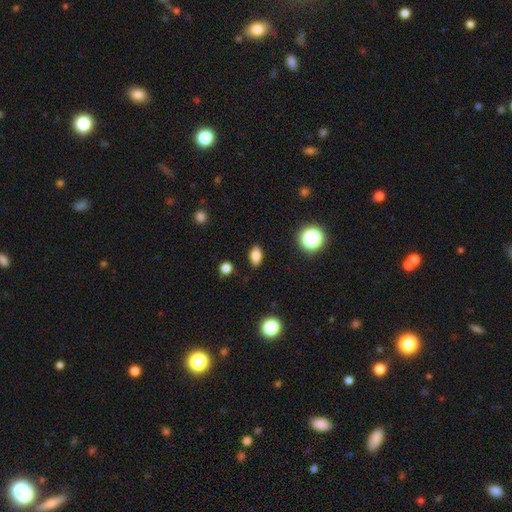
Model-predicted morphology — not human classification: The model was most divided on "smooth or featured": smooth: 80%, star or artifact: 11%, featured or disk: 9%. More confident: merging — none (87%); how rounded — in between (84%).